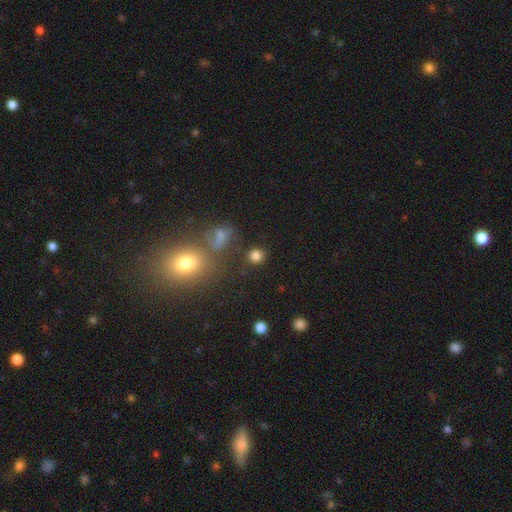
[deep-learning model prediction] Smooth or featured? Predicted: smooth (p=0.81). How rounded? Predicted: round (p=0.85). Merging? Predicted: none (p=0.81).